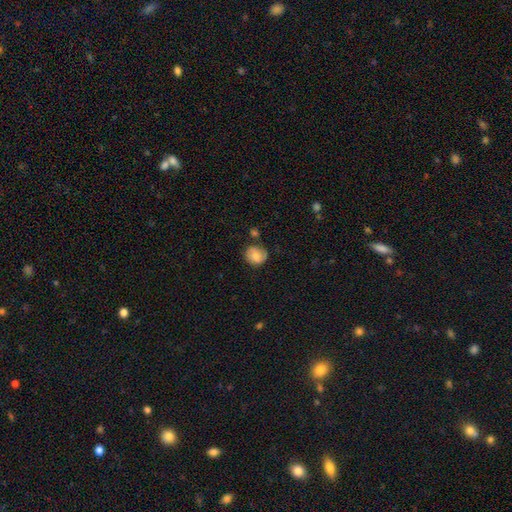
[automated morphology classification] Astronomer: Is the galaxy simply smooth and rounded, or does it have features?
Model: smooth — 73%.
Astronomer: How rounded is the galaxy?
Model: round — 72%.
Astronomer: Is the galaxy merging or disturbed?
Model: none — 65%.